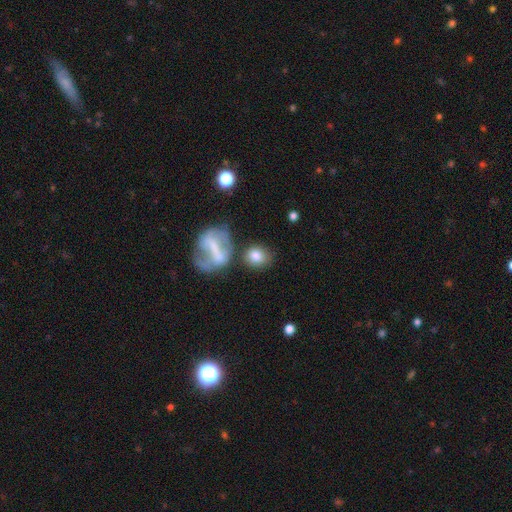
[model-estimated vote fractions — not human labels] Q: Smooth or featured?
A: smooth (77%); runner-up: featured or disk (15%)
Q: How rounded?
A: round (72%); runner-up: in between (26%)
Q: Merging?
A: none (62%); runner-up: merger (18%)